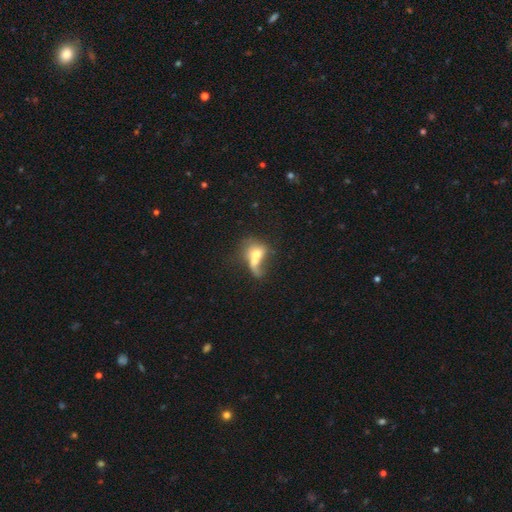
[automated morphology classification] A smooth galaxy with no disk features (55%) that is in between round and cigar-shaped (57%). Merging: merger (63%).